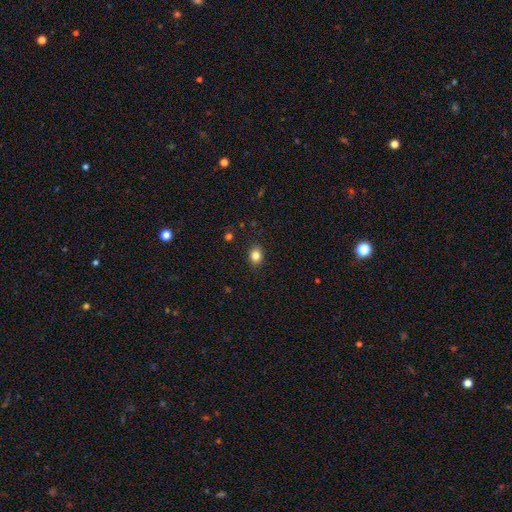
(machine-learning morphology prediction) smooth 83%, star or artifact 11%, featured or disk 6%. Down the decision tree: how rounded — in between (55%); merging — none (88%).